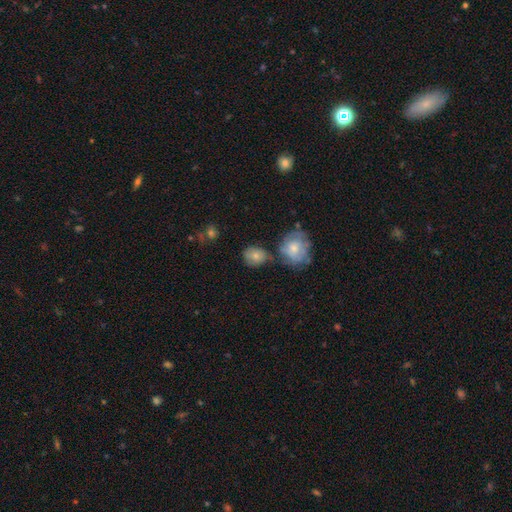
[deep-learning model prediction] smooth-or-featured: smooth: 73% | featured or disk: 18% | star or artifact: 9%
  how-rounded: round: 70% | in between: 29% | cigar-shaped: 1%
  merging: none: 59% | minor disturbance: 18% | merger: 16% | major disturbance: 6%